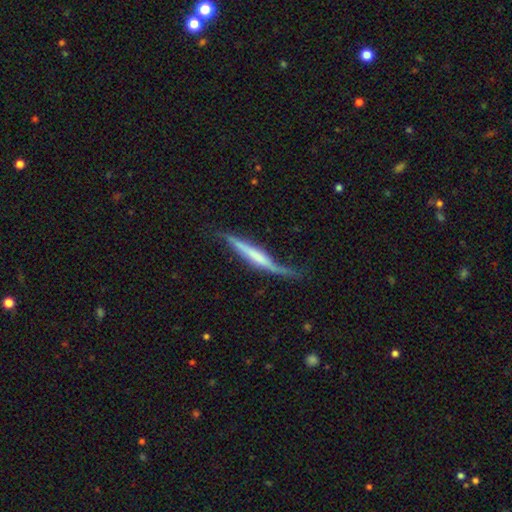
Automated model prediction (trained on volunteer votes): Smooth or featured: featured or disk — 60% (smooth — 35%)
Edge-on disk: yes — 83% (no — 17%)
Merging: none — 46% (minor disturbance — 33%)